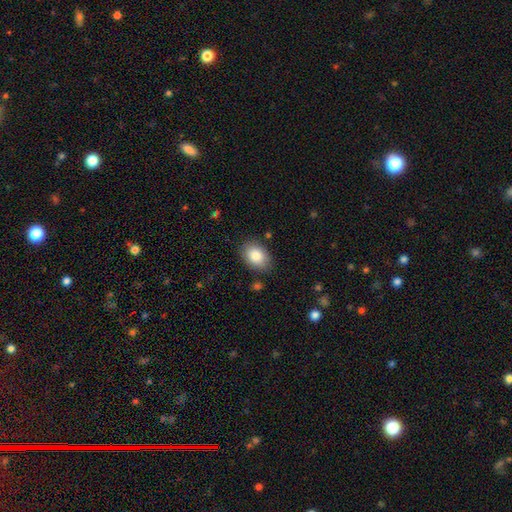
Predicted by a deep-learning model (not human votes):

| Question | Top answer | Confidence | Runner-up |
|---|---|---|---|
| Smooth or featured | smooth | 86% | star or artifact (7%) |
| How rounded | in between | 79% | round (20%) |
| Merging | none | 83% | minor disturbance (12%) |